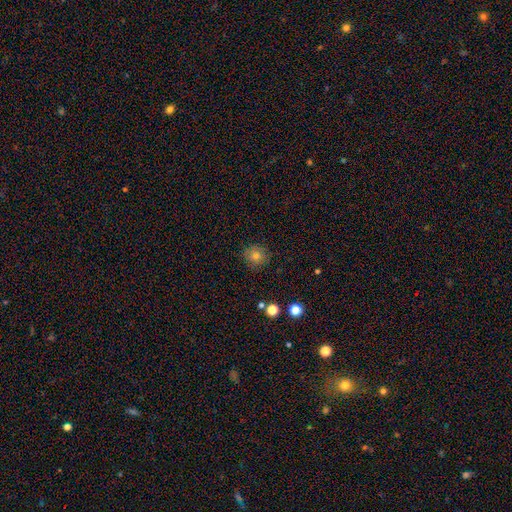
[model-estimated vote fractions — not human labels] Smooth or featured?
  - smooth: 71% *
  - star or artifact: 16%
  - featured or disk: 13%
How rounded?
  - round: 89% *
  - in between: 10%
  - cigar-shaped: 1%
Merging?
  - none: 86% *
  - minor disturbance: 10%
  - major disturbance: 3%
  - merger: 1%